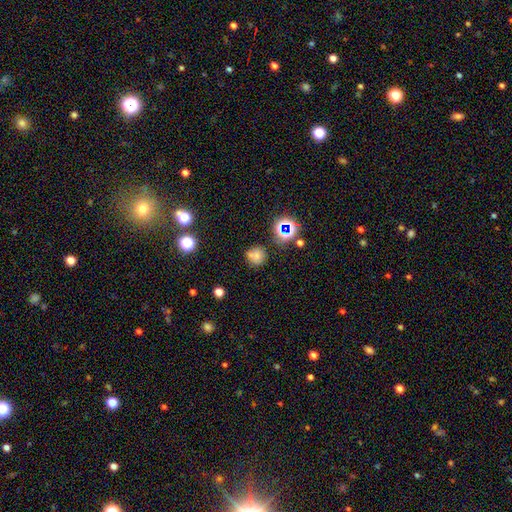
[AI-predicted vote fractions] Morphology: type=smooth (66%); roundness=round (85%); merging=none (65%).